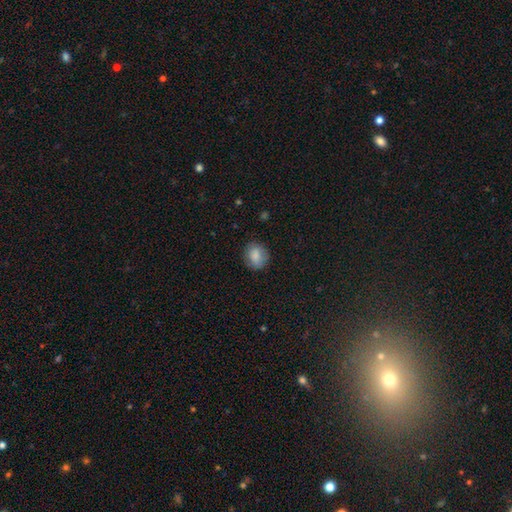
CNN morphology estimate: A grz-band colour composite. It shows a smooth galaxy with no disk features (84%) that is round (63%). Merging: none (81%).